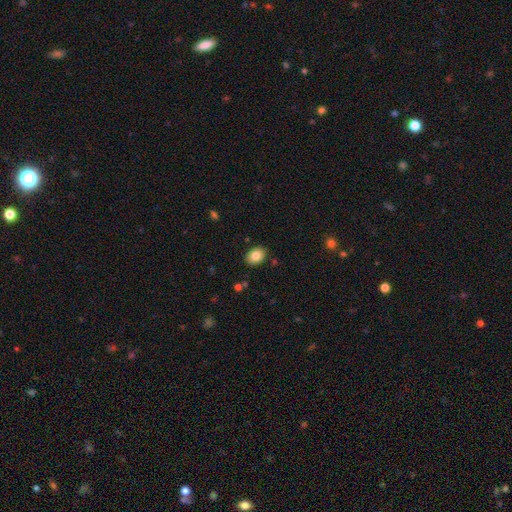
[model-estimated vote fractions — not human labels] The model was most divided on "how rounded": in between: 67%, round: 32%, cigar-shaped: 1%. More confident: merging — none (88%); smooth or featured — smooth (84%).